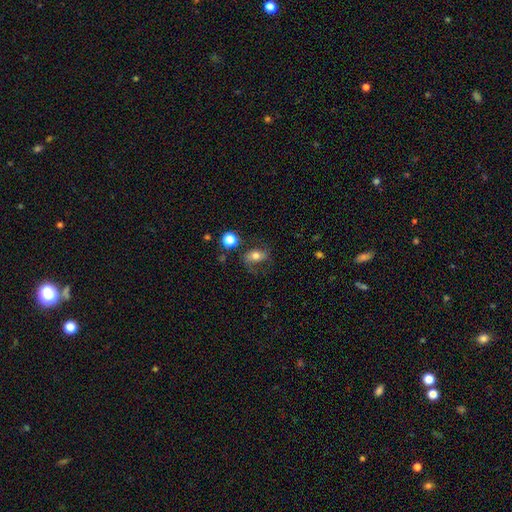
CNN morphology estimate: smooth_or_featured: smooth (p=0.59) [alt: featured or disk p=0.29]
how_rounded: in between (p=0.72) [alt: round p=0.25]
merging: none (p=0.61) [alt: minor disturbance p=0.21]